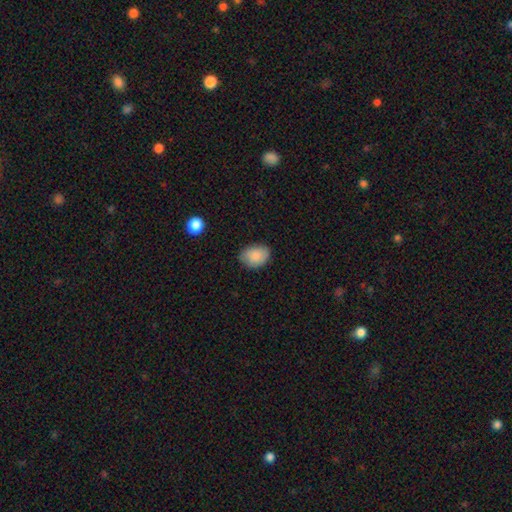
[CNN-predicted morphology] Smooth or featured?
  - smooth: 87% *
  - star or artifact: 7%
  - featured or disk: 6%
How rounded?
  - in between: 76% *
  - round: 23%
  - cigar-shaped: 1%
Merging?
  - none: 80% *
  - minor disturbance: 16%
  - major disturbance: 3%
  - merger: 1%